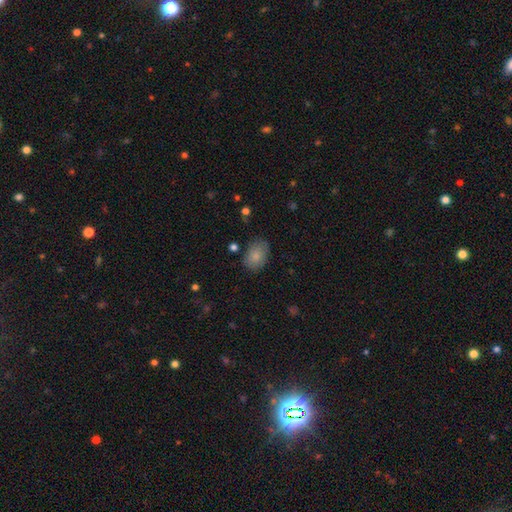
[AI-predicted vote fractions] The model was most divided on "how rounded": in between: 80%, round: 19%, cigar-shaped: 1%. More confident: smooth or featured — smooth (83%); merging — none (78%).